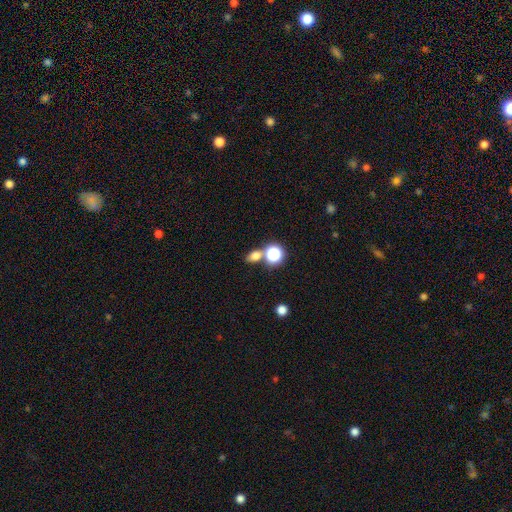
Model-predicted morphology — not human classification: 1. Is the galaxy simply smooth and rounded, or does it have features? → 71% smooth, 21% star or artifact, 9% featured or disk.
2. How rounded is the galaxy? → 61% in between, 36% round, 3% cigar-shaped.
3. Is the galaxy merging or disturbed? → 62% none, 24% merger, 10% minor disturbance, 4% major disturbance.